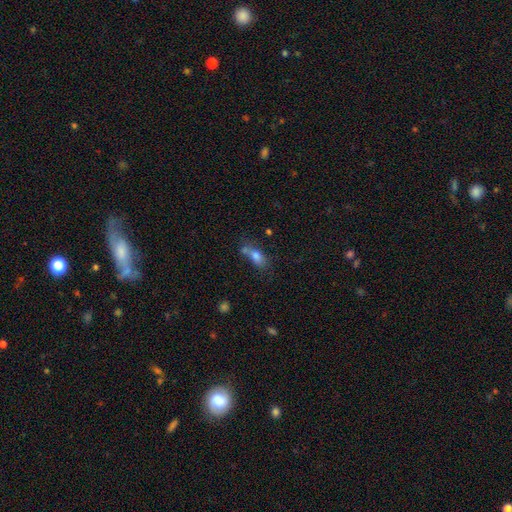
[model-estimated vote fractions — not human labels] The model was most divided on "merging": none: 40%, merger: 35%, minor disturbance: 17%, major disturbance: 8%. More confident: how rounded — in between (81%); smooth or featured — smooth (77%).